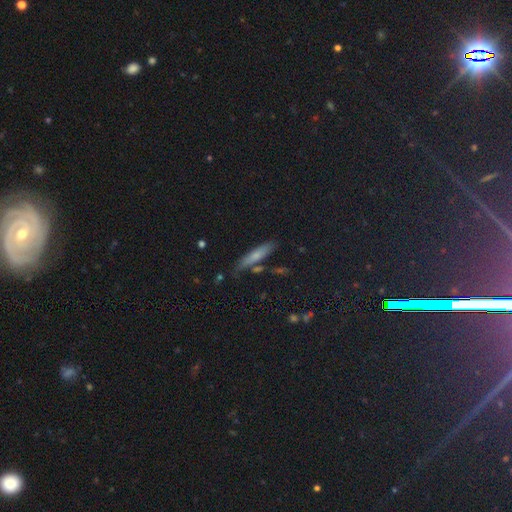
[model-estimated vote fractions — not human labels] Smooth or featured? smooth (65%)
How rounded? cigar-shaped (80%)
Merging? none (76%)